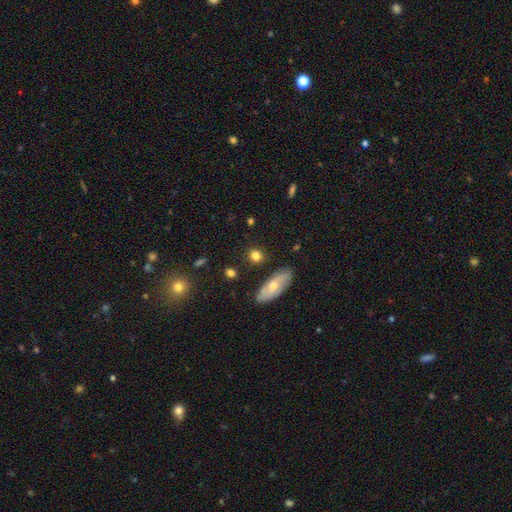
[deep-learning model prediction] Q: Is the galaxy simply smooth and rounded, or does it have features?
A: smooth — 81%.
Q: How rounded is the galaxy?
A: round — 73%.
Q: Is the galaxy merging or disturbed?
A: none — 82%.